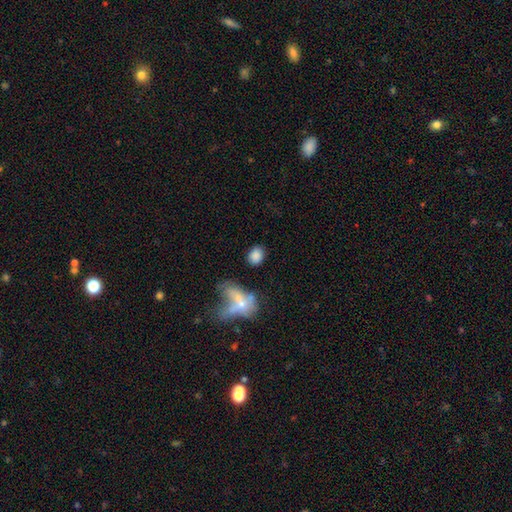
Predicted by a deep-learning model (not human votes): Smooth or featured: smooth — 83% (featured or disk — 9%)
How rounded: in between — 57% (round — 41%)
Merging: none — 69% (minor disturbance — 13%)